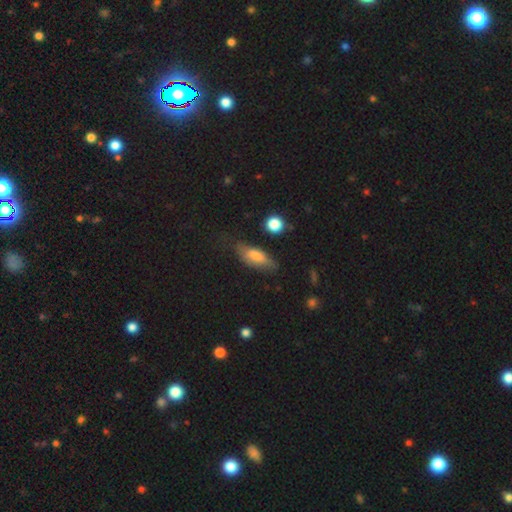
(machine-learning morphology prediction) smooth-or-featured: smooth: 67% | featured or disk: 24% | star or artifact: 8%
  how-rounded: in between: 69% | cigar-shaped: 28% | round: 3%
  merging: none: 58% | minor disturbance: 28% | major disturbance: 11% | merger: 3%